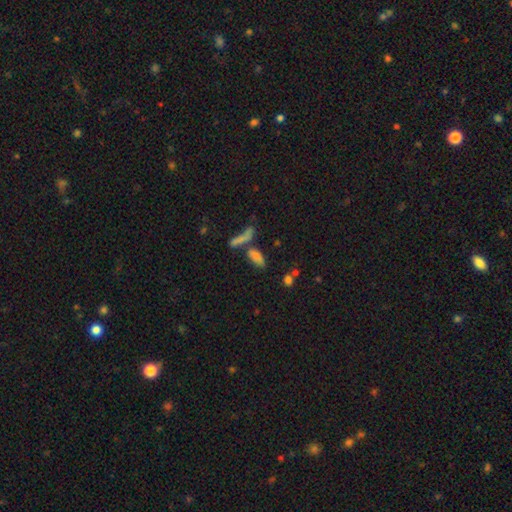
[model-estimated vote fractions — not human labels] smooth_or_featured: smooth (p=0.63) [alt: featured or disk p=0.20]
how_rounded: in between (p=0.58) [alt: cigar-shaped p=0.36]
merging: none (p=0.42) [alt: merger p=0.39]